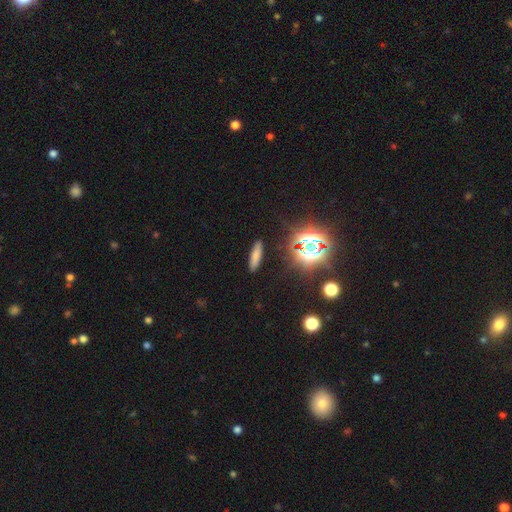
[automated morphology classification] Overall: smooth (68%). How rounded: cigar-shaped (71%). Merging: none (88%).